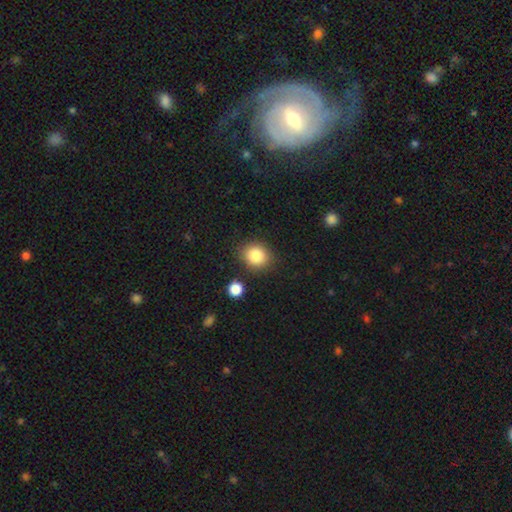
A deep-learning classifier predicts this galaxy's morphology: Overall: smooth (85%). How rounded: round (73%). Merging: none (83%).